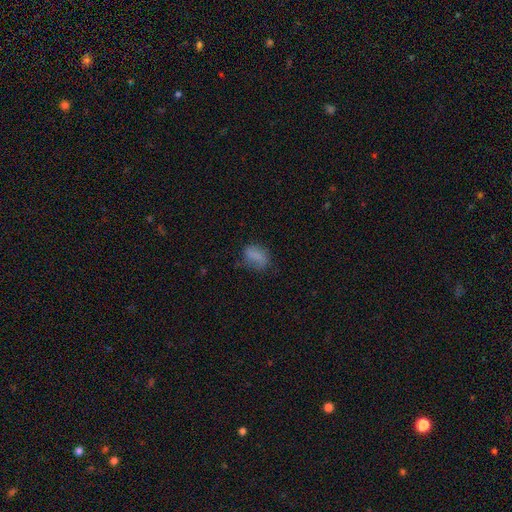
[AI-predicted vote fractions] Morphology: type=smooth (77%); roundness=in between (78%); merging=none (58%).